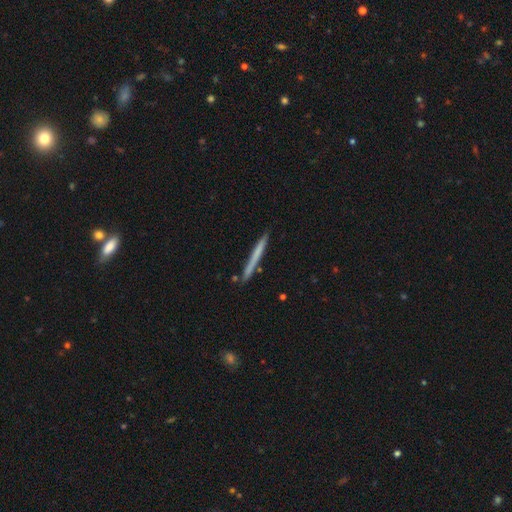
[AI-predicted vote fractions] Smooth or featured? smooth (57%)
How rounded? cigar-shaped (97%)
Merging? none (89%)